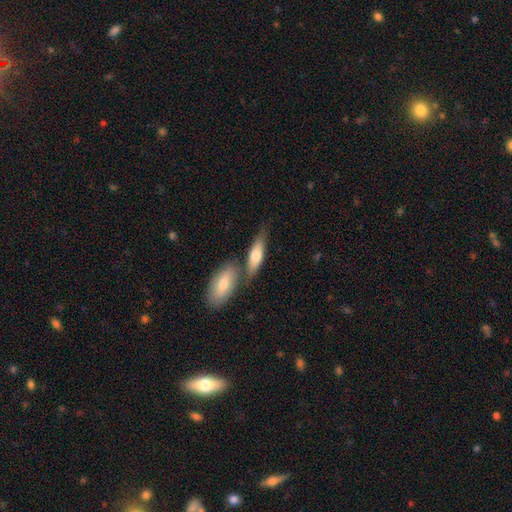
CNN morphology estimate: smooth_or_featured: smooth (p=0.69) [alt: featured or disk p=0.26]
how_rounded: in between (p=0.59) [alt: cigar-shaped p=0.38]
merging: none (p=0.56) [alt: merger p=0.27]